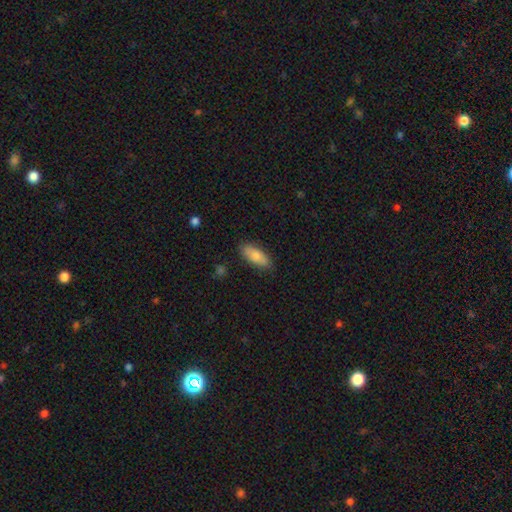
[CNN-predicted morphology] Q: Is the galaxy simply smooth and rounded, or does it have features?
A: smooth — 79%.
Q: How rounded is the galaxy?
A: in between — 78%.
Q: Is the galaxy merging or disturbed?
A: none — 86%.